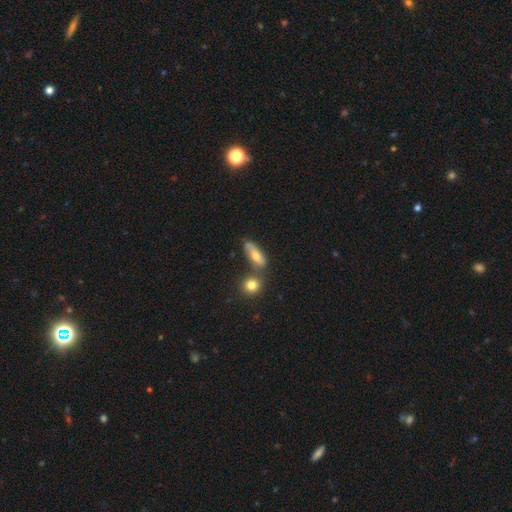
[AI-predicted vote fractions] A smooth galaxy with no disk features (59%) that is in between round and cigar-shaped (59%).

Vote fractions:
- Smooth or featured? smooth: 59% / featured or disk: 31% / star or artifact: 10%
- How rounded? in between: 59% / cigar-shaped: 35% / round: 7%
- Merging? none: 60% / minor disturbance: 18% / merger: 16% / major disturbance: 6%